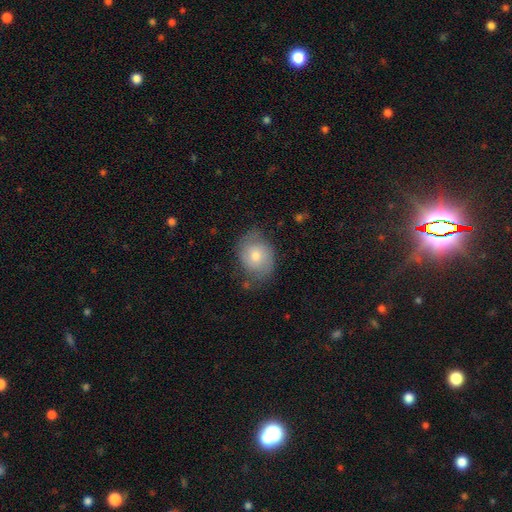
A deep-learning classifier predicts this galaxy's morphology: smooth 60%, featured or disk 32%, star or artifact 8%. Down the decision tree: how rounded — in between (54%); merging — none (65%).